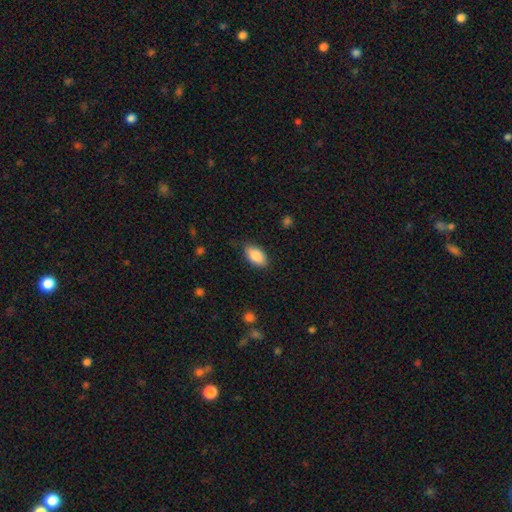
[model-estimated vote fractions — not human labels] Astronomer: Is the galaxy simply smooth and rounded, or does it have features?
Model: smooth — 85%.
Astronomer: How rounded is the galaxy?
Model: in between — 93%.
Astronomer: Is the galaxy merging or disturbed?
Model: none — 81%.